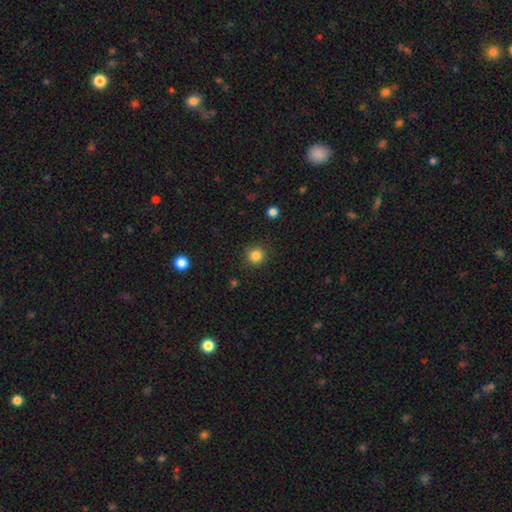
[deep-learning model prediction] A smooth galaxy with no disk features (85%) that is round (94%).

Vote fractions:
- Smooth or featured? smooth: 85% / star or artifact: 11% / featured or disk: 4%
- How rounded? round: 94% / in between: 5% / cigar-shaped: 1%
- Merging? none: 90% / minor disturbance: 7% / major disturbance: 2% / merger: 1%